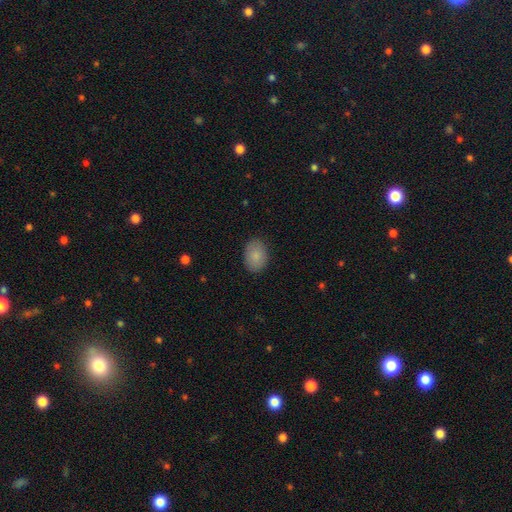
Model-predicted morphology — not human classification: Smooth or featured? smooth (86%)
How rounded? in between (69%)
Merging? none (86%)